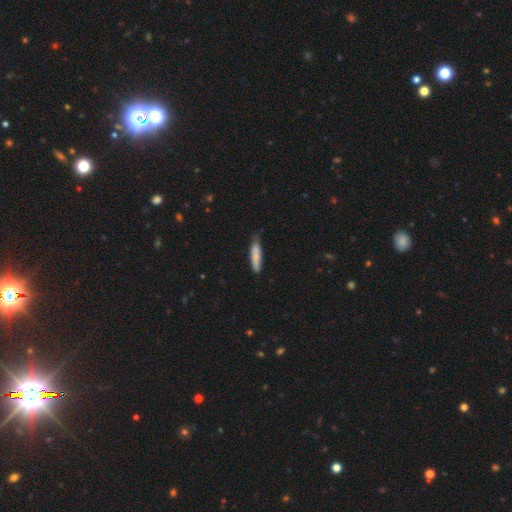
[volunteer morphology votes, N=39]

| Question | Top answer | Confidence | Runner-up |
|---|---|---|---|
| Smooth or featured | smooth | 87% | featured or disk (13%) |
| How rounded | cigar-shaped | 94% | in between (6%) |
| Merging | none | 69% | minor disturbance (31%) |